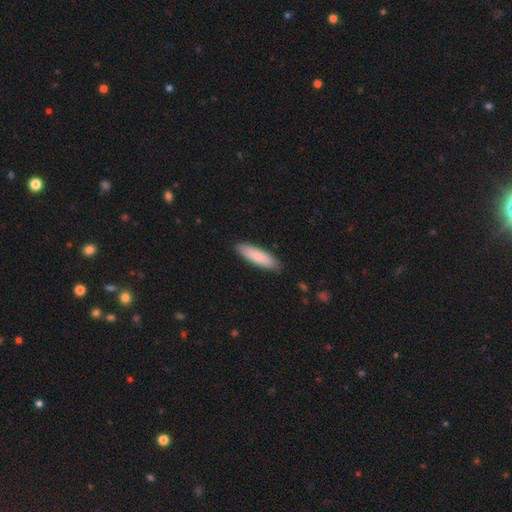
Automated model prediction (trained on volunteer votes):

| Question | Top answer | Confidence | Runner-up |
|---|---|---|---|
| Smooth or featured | smooth | 82% | featured or disk (12%) |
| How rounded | cigar-shaped | 57% | in between (42%) |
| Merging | none | 87% | minor disturbance (10%) |